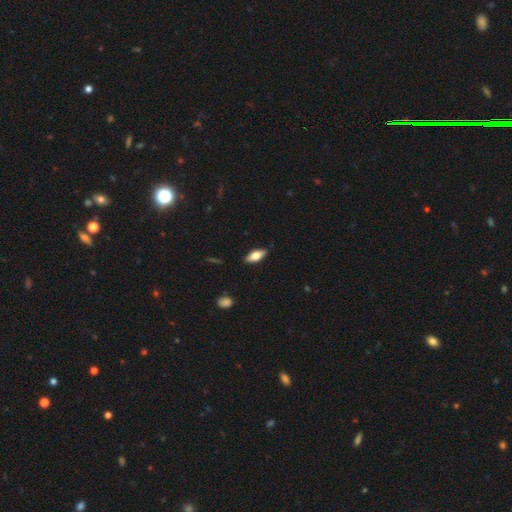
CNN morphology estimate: smooth 64%, featured or disk 29%, star or artifact 7%. Down the decision tree: how rounded — in between (78%); merging — none (87%).